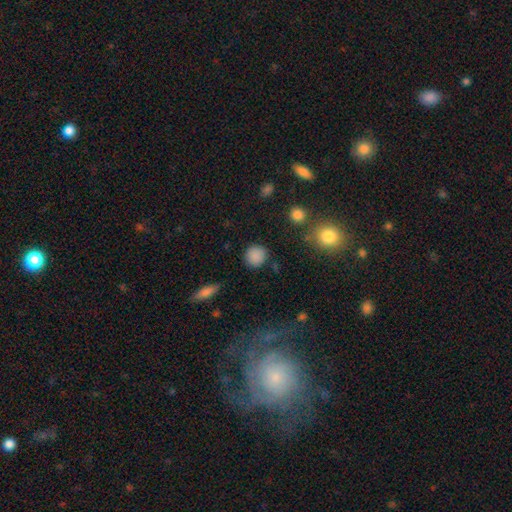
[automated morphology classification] This appears to be a smooth galaxy with no disk features (86%) that is round (90%). Merging: none (86%).